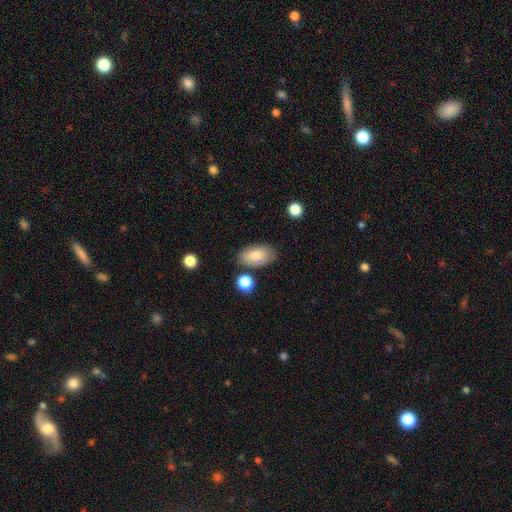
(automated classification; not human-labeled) A smooth galaxy with no disk features (82%) that is in between round and cigar-shaped (93%). Merging: none (77%).